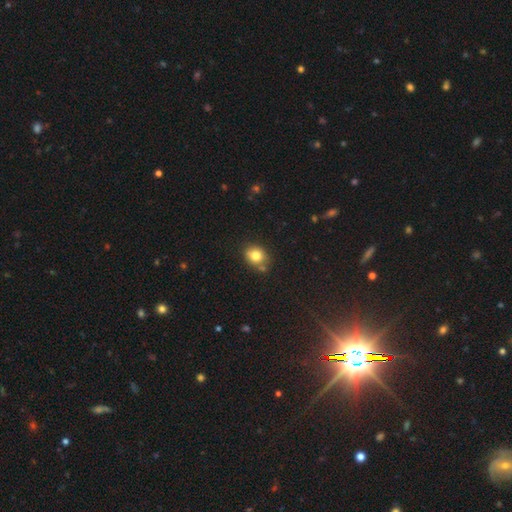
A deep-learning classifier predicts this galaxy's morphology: Q: Smooth or featured?
A: smooth (80%); runner-up: star or artifact (11%)
Q: How rounded?
A: round (60%); runner-up: in between (39%)
Q: Merging?
A: none (72%); runner-up: minor disturbance (15%)